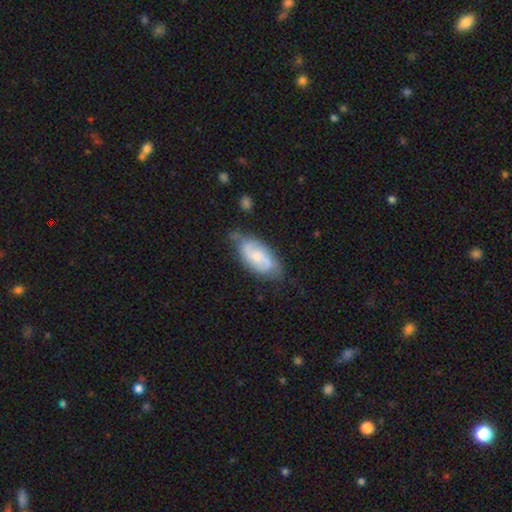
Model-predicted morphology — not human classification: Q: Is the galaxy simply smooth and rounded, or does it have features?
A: featured or disk — 65%.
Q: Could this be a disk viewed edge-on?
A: no — 94%.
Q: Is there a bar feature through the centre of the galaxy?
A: no — 52%.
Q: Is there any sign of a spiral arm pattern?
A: yes — 91%.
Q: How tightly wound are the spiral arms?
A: medium — 48%.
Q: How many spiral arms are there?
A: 2 — 78%.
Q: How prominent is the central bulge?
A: small — 45%.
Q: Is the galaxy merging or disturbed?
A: none — 60%.